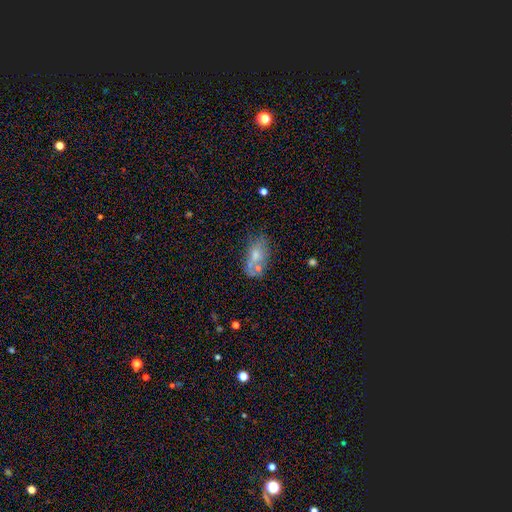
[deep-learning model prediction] The model was most divided on "merging": none: 43%, merger: 25%, minor disturbance: 20%, major disturbance: 12%. More confident: how rounded — in between (85%); smooth or featured — smooth (56%).